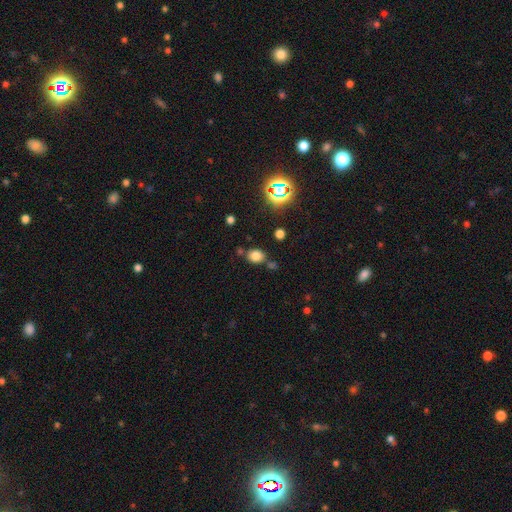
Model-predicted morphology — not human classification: smooth_or_featured: smooth (p=0.76) [alt: star or artifact p=0.18]
how_rounded: round (p=0.53) [alt: in between p=0.46]
merging: none (p=0.73) [alt: minor disturbance p=0.13]